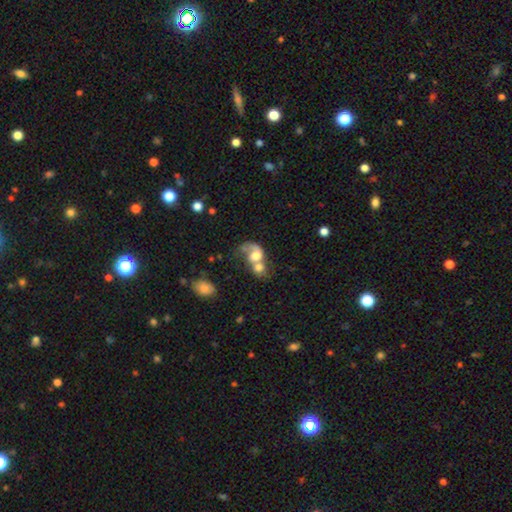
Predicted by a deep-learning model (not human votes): This is possibly a featured or disk galaxy (49%). Merging: likely merger (76%).